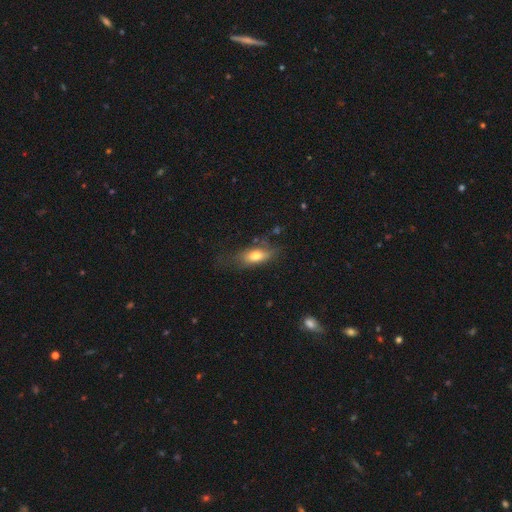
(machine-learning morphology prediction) A smooth galaxy with no disk features (70%) that is in between round and cigar-shaped (80%). Merging: none (54%).